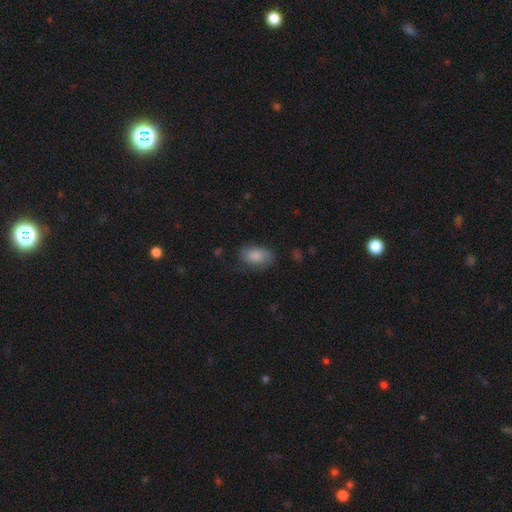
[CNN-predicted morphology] Smooth or featured? smooth (73%)
How rounded? in between (88%)
Merging? none (61%)